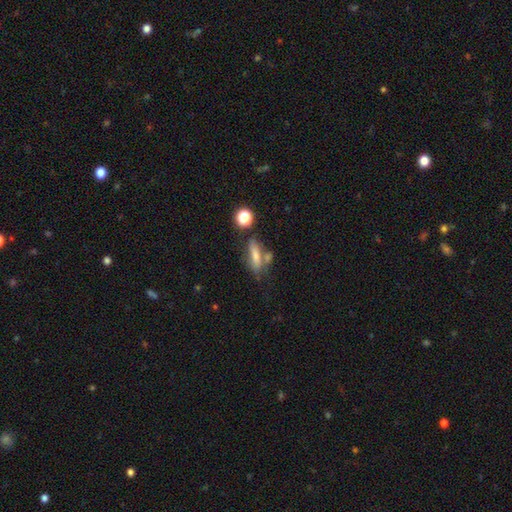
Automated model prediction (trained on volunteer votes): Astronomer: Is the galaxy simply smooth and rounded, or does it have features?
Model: smooth — 67%.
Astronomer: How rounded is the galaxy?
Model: cigar-shaped — 48% (runner-up: in between, 46%).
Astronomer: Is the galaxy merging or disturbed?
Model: none — 50%.